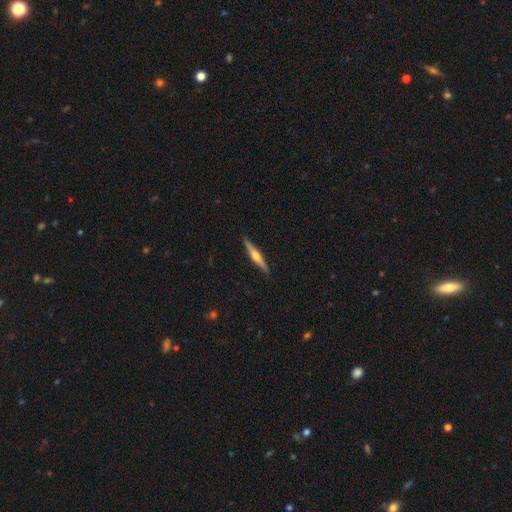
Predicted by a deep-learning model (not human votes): Smooth or featured: featured or disk — 69% (smooth — 26%)
Edge-on disk: yes — 98% (no — 2%)
Edge-on bulge: rounded — 90% (boxy — 6%)
Merging: none — 91% (minor disturbance — 7%)